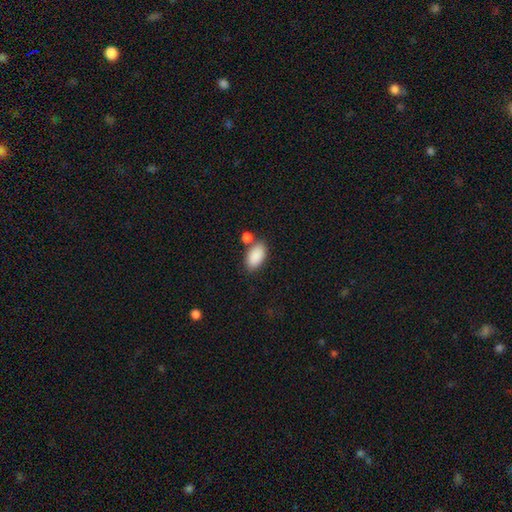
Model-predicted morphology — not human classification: A smooth galaxy with no disk features (89%) that is in between round and cigar-shaped (94%).

Vote fractions:
- Smooth or featured? smooth: 89% / star or artifact: 7% / featured or disk: 4%
- How rounded? in between: 94% / round: 4% / cigar-shaped: 2%
- Merging? none: 66% / merger: 18% / minor disturbance: 13% / major disturbance: 4%